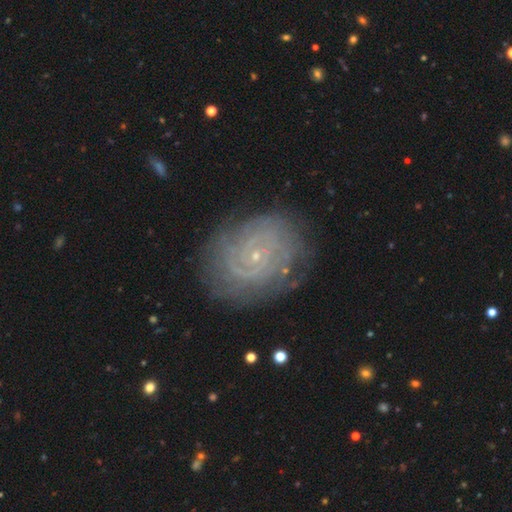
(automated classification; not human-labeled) This is likely a featured or disk galaxy (78%). It is clearly not viewed edge-on (97%). Bar: likely no (76%). Spiral arm pattern: clearly yes (91%). Spiral arm count: marginally can't tell (41%). Spiral winding: likely tight (74%). Central bulge: clearly small (89%). Merging: clearly none (80%).